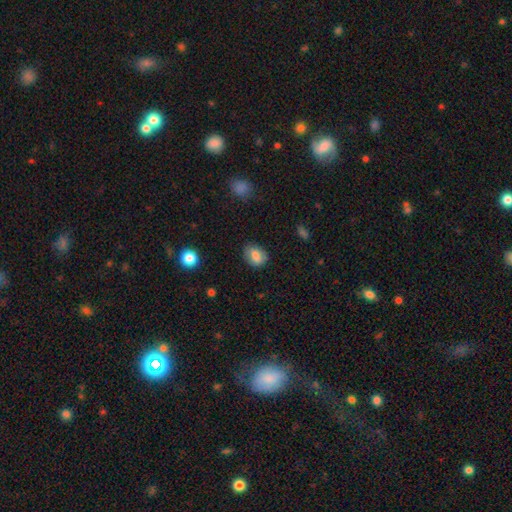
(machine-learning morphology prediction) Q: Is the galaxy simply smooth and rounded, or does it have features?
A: smooth — 77%.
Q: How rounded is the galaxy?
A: in between — 62%.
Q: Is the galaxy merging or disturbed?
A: none — 76%.